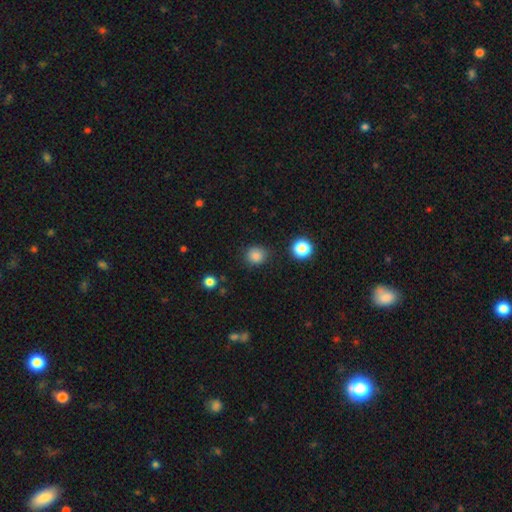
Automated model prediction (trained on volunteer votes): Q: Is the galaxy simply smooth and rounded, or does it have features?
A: smooth — 84%.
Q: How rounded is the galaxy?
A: round — 86%.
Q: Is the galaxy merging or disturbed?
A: none — 85%.